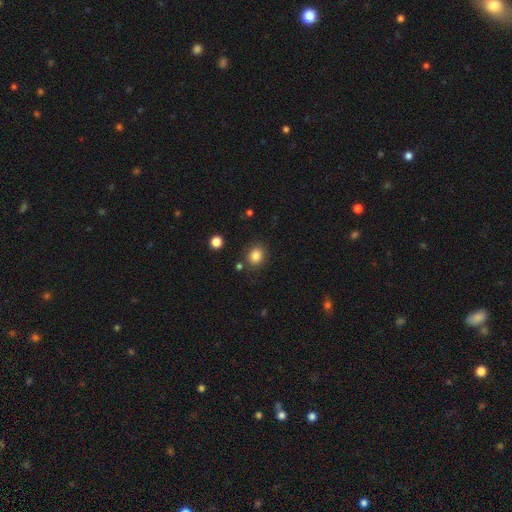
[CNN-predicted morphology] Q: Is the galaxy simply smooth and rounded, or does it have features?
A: smooth — 84%.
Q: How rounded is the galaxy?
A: round — 72%.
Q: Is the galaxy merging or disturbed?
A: none — 84%.